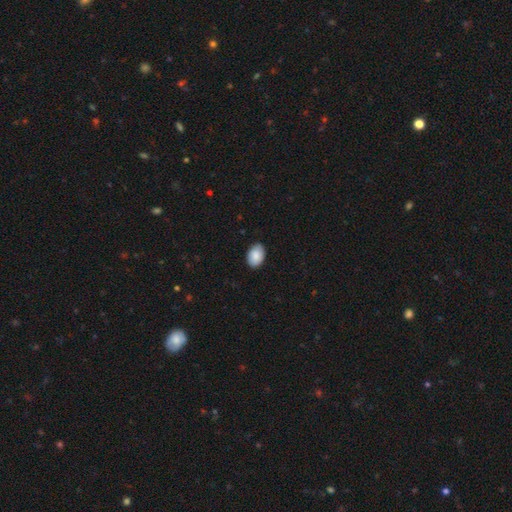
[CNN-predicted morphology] The model was most divided on "how rounded": in between: 84%, round: 15%, cigar-shaped: 1%. More confident: smooth or featured — smooth (88%); merging — none (87%).